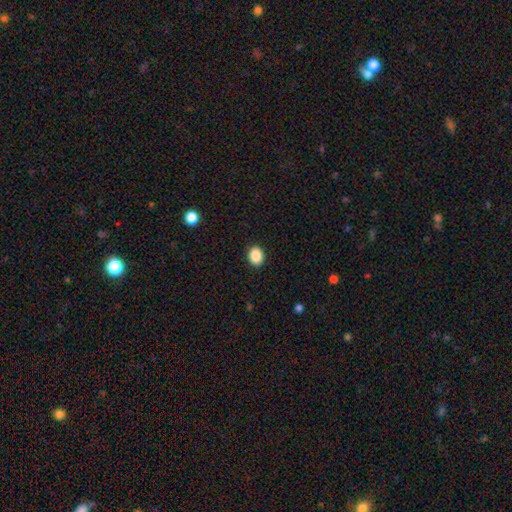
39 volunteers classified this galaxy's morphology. A smooth galaxy with no disk features (90%) that is round (63%).

Vote fractions:
- Smooth or featured? smooth: 90% / star or artifact: 10% / featured or disk: 0%
- How rounded? round: 63% / in between: 37% / cigar-shaped: 0%
- Merging? none: 91% / major disturbance: 6% / minor disturbance: 3% / merger: 0%